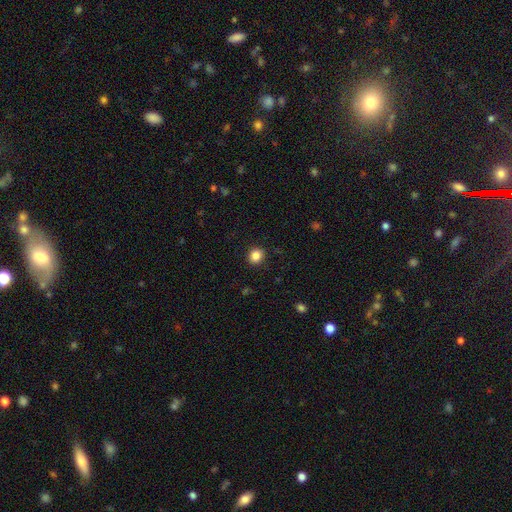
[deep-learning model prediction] Smooth or featured: smooth — 85% (star or artifact — 11%)
How rounded: round — 81% (in between — 18%)
Merging: none — 91% (minor disturbance — 6%)